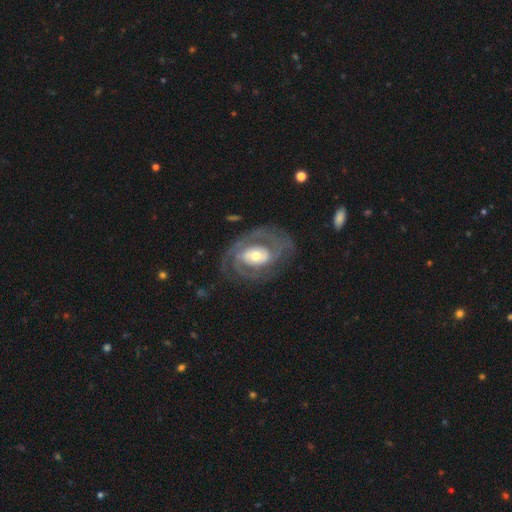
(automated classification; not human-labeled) This is clearly a featured or disk galaxy (85%). It is clearly not viewed edge-on (97%). Bar: possibly no (56%). Spiral arm pattern: clearly yes (91%). Spiral arm count: possibly 2 (51%). Spiral winding: possibly tight (53%). Central bulge: likely moderate (62%). Merging: likely none (71%).